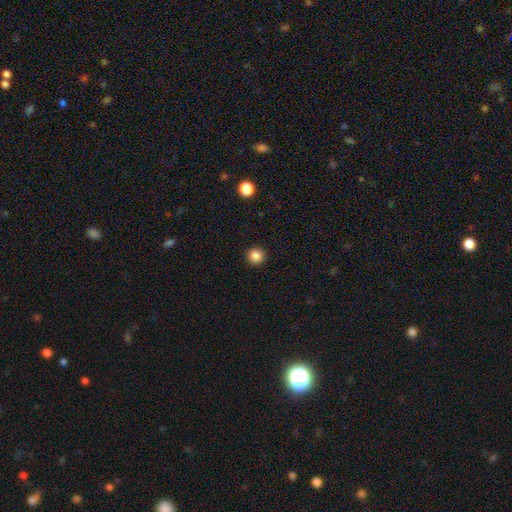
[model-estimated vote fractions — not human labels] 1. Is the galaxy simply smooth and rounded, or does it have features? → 85% smooth, 11% star or artifact, 4% featured or disk.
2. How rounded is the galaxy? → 95% round, 4% in between, 1% cigar-shaped.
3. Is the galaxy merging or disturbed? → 93% none, 4% minor disturbance, 2% major disturbance, 1% merger.